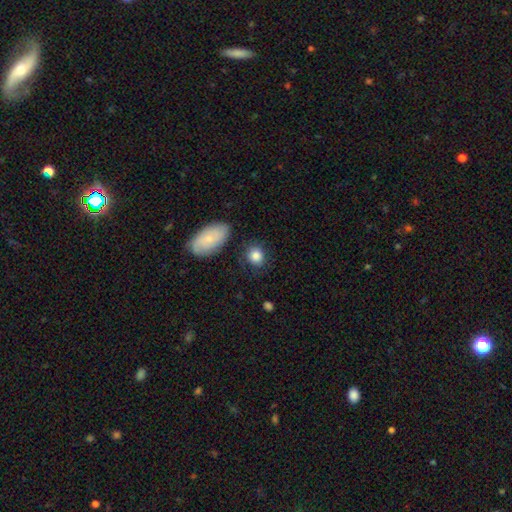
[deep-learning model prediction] Smooth or featured?
  - smooth: 84% *
  - featured or disk: 8%
  - star or artifact: 8%
How rounded?
  - round: 69% *
  - in between: 29%
  - cigar-shaped: 1%
Merging?
  - none: 80% *
  - minor disturbance: 13%
  - merger: 4%
  - major disturbance: 4%